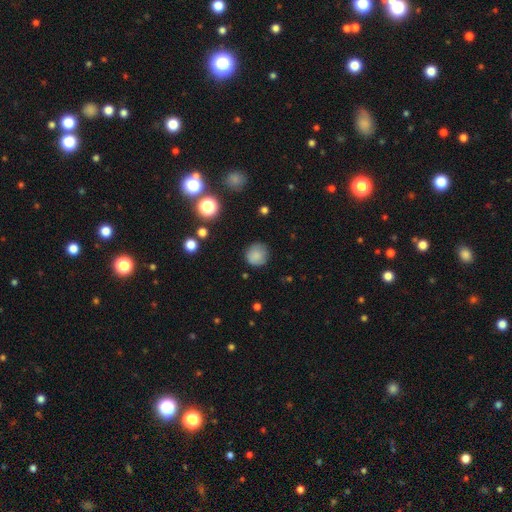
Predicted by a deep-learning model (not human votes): This is clearly a smooth galaxy (84%). How rounded: clearly round (92%). Merging: clearly none (83%).